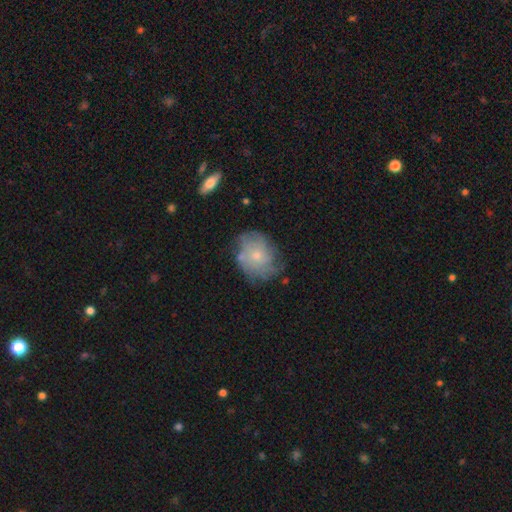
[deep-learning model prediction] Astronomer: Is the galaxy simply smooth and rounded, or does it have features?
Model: featured or disk — 53% (runner-up: smooth, 38%).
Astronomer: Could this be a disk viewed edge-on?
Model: no — 96%.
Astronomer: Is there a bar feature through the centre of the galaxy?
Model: no — 85%.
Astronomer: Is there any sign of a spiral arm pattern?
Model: yes — 69%.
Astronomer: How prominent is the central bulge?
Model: small — 69%.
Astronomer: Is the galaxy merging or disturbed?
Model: none — 59%.